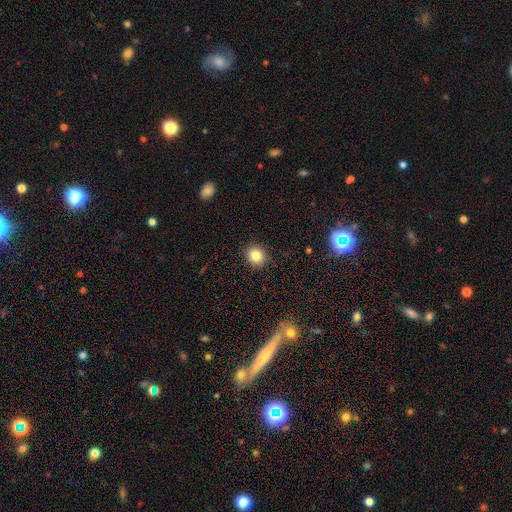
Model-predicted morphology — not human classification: type=smooth (84%); roundness=round (83%); merging=none (91%).